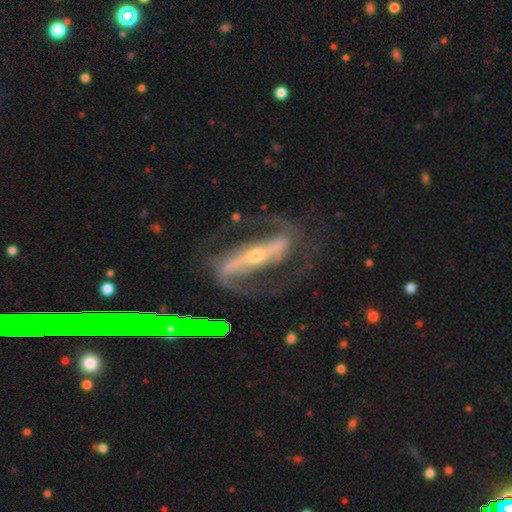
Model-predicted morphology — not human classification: This is clearly a featured or disk galaxy (89%). It is clearly not viewed edge-on (87%). Bar: likely strong (77%). Spiral arm pattern: clearly yes (96%). Spiral arm count: clearly 2 (92%). Spiral winding: possibly medium (48%). Central bulge: likely small (66%). Merging: likely none (67%).